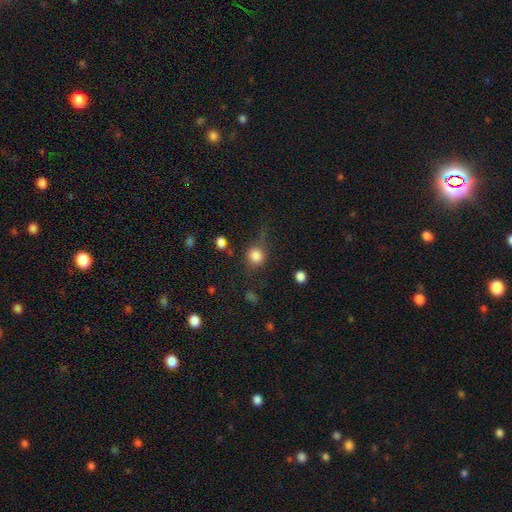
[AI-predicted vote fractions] smooth-or-featured: smooth: 79% | star or artifact: 11% | featured or disk: 10%
  how-rounded: round: 80% | in between: 19% | cigar-shaped: 1%
  merging: none: 60% | minor disturbance: 22% | major disturbance: 14% | merger: 4%